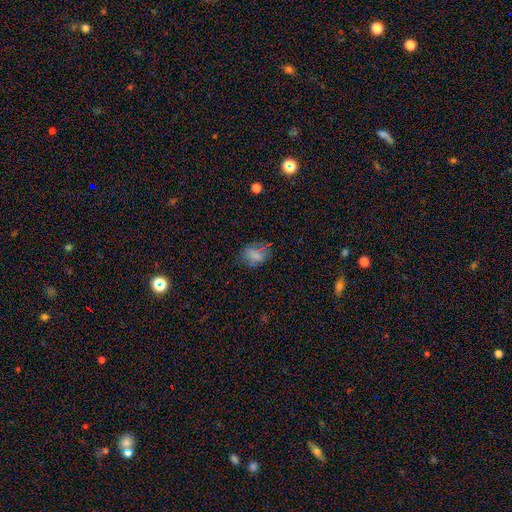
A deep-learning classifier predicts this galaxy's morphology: Smooth or featured? Predicted: smooth (p=0.72). How rounded? Predicted: in between (p=0.67). Merging? Predicted: none (p=0.70).